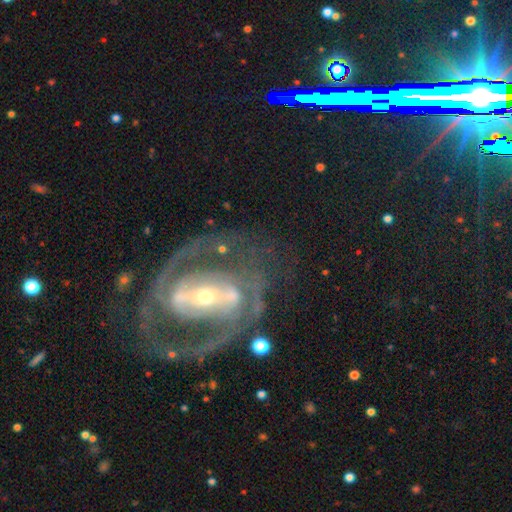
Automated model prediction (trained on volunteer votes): Smooth or featured?
  - featured or disk: 87% *
  - star or artifact: 8%
  - smooth: 5%
Edge-on disk?
  - no: 96% *
  - yes: 4%
Bar?
  - strong: 56% *
  - weak: 27%
  - no: 17%
Spiral arms?
  - yes: 93% *
  - no: 7%
Spiral winding?
  - medium: 48% *
  - tight: 38%
  - loose: 13%
Spiral arm count?
  - 2: 78% *
  - can't tell: 8%
  - 3: 6%
  - 1: 3%
  - 4: 3%
  - more than 4: 2%
Bulge size?
  - small: 61% *
  - moderate: 33%
  - large: 4%
  - none: 1%
  - dominant: 1%
Merging?
  - none: 65% *
  - major disturbance: 17%
  - minor disturbance: 15%
  - merger: 4%